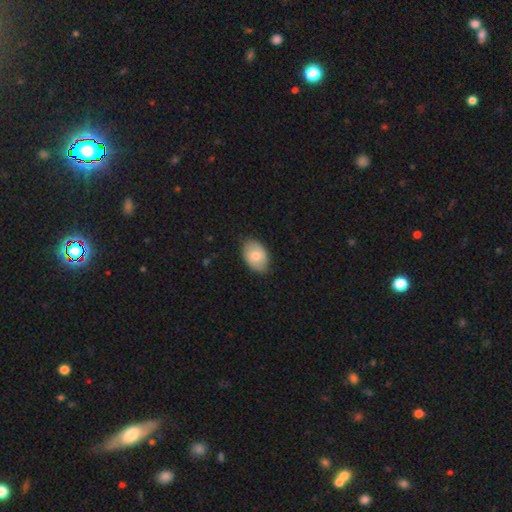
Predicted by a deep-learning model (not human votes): This is likely a smooth galaxy (74%). How rounded: clearly in between (86%). Merging: clearly none (83%).